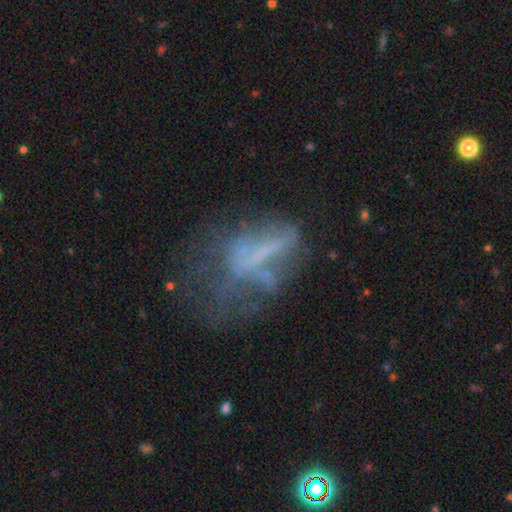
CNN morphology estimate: Overall: featured or disk (50%; smooth 30%). Edge-on disk: no (89%). Merging: major disturbance (41%; none 30%).